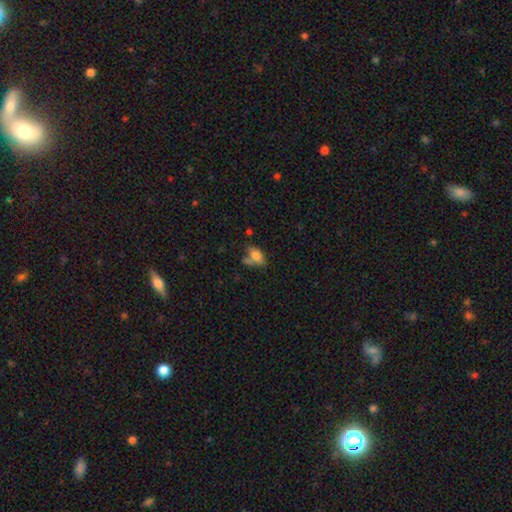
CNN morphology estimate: Smooth or featured? Predicted: smooth (p=0.78). How rounded? Predicted: in between (p=0.87). Merging? Predicted: none (p=0.46).